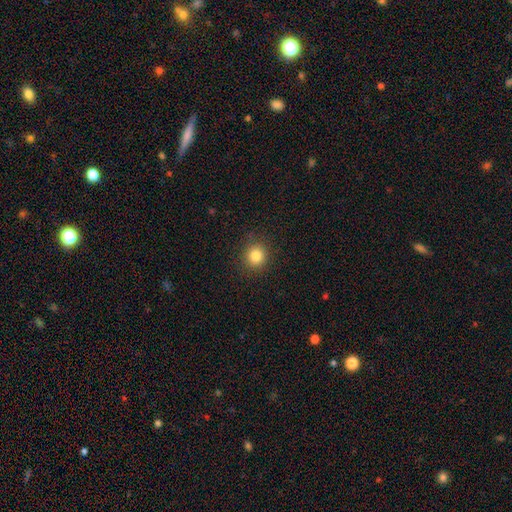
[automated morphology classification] smooth-or-featured: smooth: 83% | star or artifact: 12% | featured or disk: 6%
  how-rounded: round: 90% | in between: 9% | cigar-shaped: 1%
  merging: none: 90% | minor disturbance: 7% | major disturbance: 2% | merger: 1%